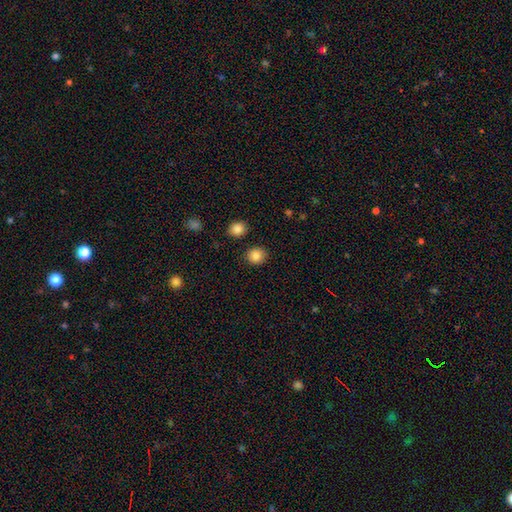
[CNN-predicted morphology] smooth_or_featured: smooth (p=0.87) [alt: star or artifact p=0.10]
how_rounded: round (p=0.84) [alt: in between p=0.15]
merging: none (p=0.89) [alt: minor disturbance p=0.06]